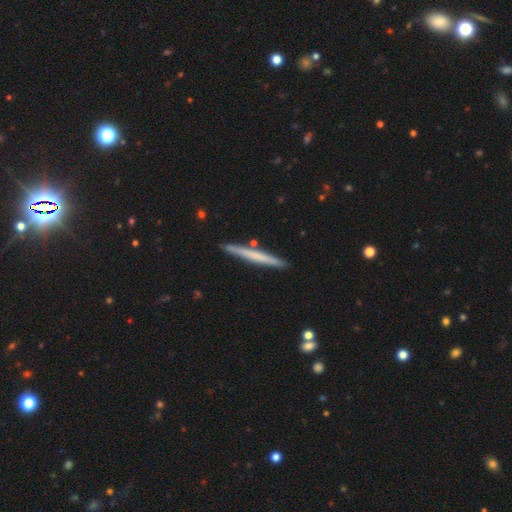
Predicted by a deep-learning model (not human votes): Smooth or featured: smooth — 50% (featured or disk — 45%)
Merging: none — 89% (minor disturbance — 7%)